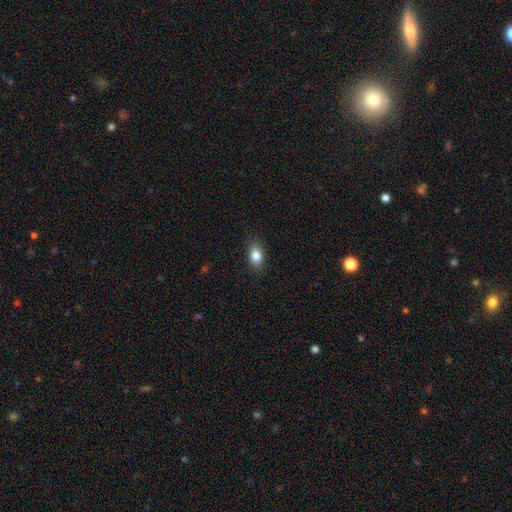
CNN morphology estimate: smooth 84%, star or artifact 9%, featured or disk 7%. Down the decision tree: how rounded — in between (82%); merging — none (87%).